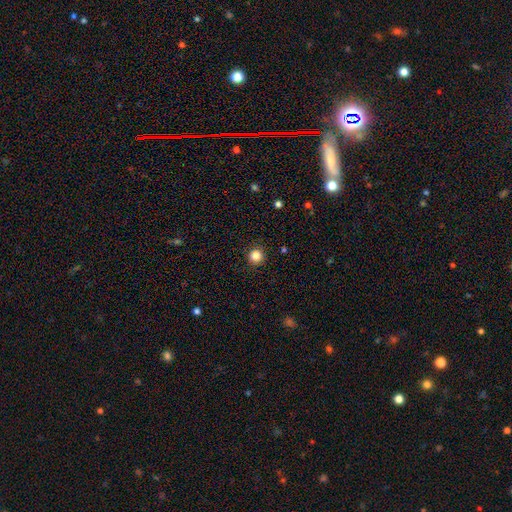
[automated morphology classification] smooth_or_featured: smooth (p=0.85) [alt: star or artifact p=0.11]
how_rounded: round (p=0.95) [alt: in between p=0.04]
merging: none (p=0.91) [alt: minor disturbance p=0.06]